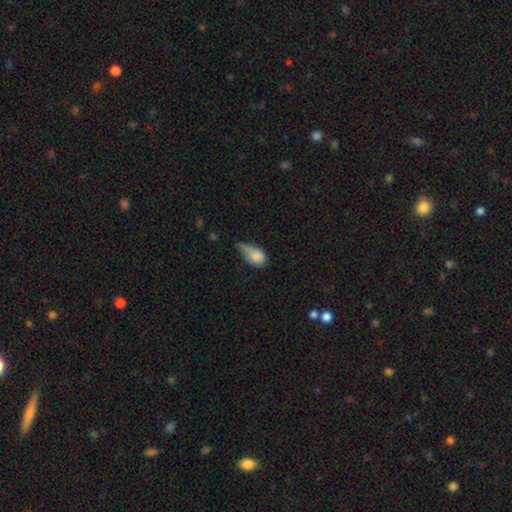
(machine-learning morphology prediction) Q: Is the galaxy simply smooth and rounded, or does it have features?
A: smooth — 79%.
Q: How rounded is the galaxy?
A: in between — 83%.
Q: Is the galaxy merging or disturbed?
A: minor disturbance — 42%.